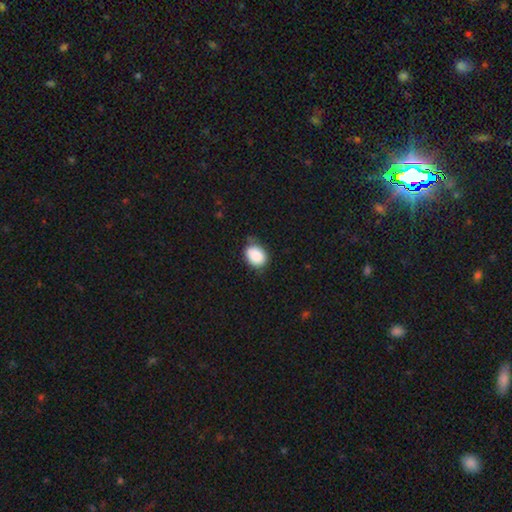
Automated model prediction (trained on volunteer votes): This is clearly a smooth galaxy (88%). How rounded: likely in between (67%). Merging: likely none (67%).